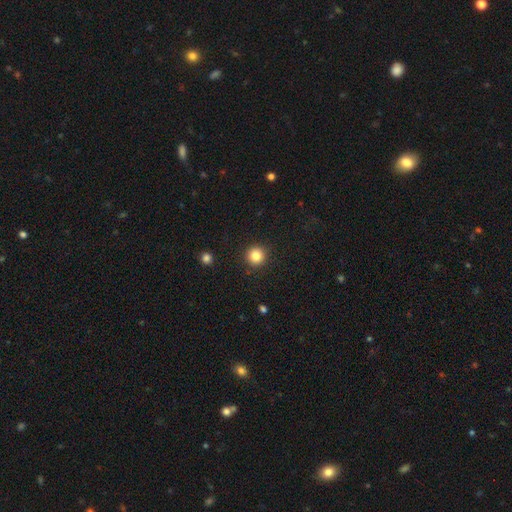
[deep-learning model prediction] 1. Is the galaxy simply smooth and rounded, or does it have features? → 84% smooth, 11% star or artifact, 5% featured or disk.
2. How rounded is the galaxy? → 95% round, 4% in between, 1% cigar-shaped.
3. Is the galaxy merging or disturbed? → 92% none, 5% minor disturbance, 2% major disturbance, 1% merger.